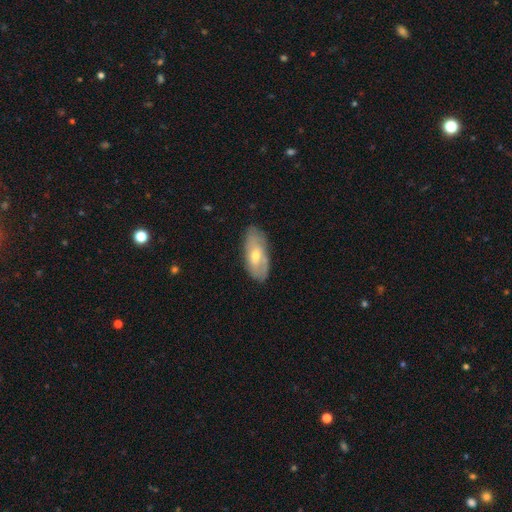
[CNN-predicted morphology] smooth-or-featured: smooth: 47% | featured or disk: 46% | star or artifact: 6%
  merging: none: 75% | minor disturbance: 20% | major disturbance: 4% | merger: 2%